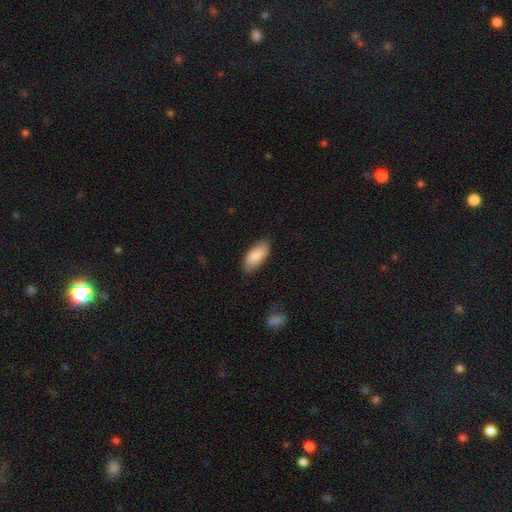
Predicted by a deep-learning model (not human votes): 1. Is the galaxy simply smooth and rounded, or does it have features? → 86% smooth, 8% featured or disk, 6% star or artifact.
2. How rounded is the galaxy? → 88% in between, 10% cigar-shaped, 2% round.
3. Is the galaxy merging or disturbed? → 80% none, 15% minor disturbance, 3% major disturbance, 1% merger.